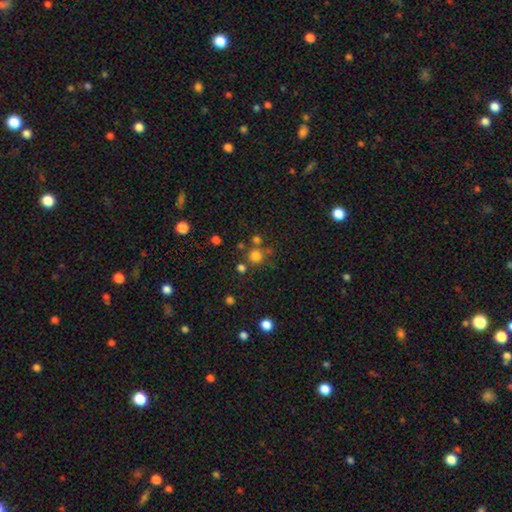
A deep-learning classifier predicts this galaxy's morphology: type=smooth (74%); roundness=round (93%); merging=none (69%).